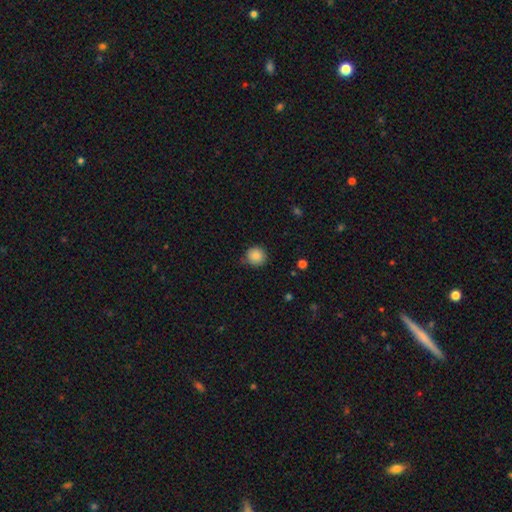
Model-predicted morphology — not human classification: Q: Smooth or featured?
A: smooth (87%); runner-up: star or artifact (9%)
Q: How rounded?
A: round (92%); runner-up: in between (7%)
Q: Merging?
A: none (80%); runner-up: minor disturbance (15%)